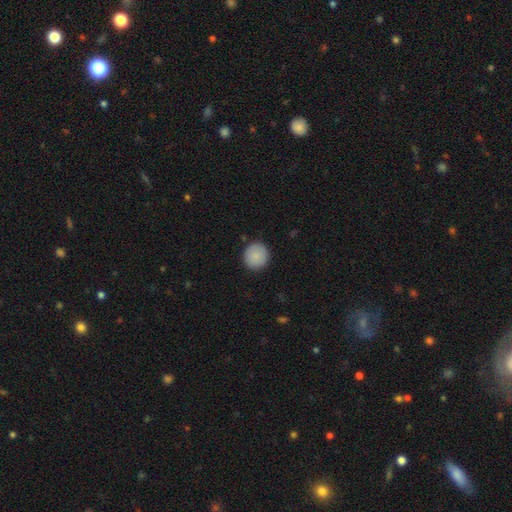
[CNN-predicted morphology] smooth 88%, star or artifact 7%, featured or disk 5%. Down the decision tree: how rounded — round (92%); merging — none (90%).